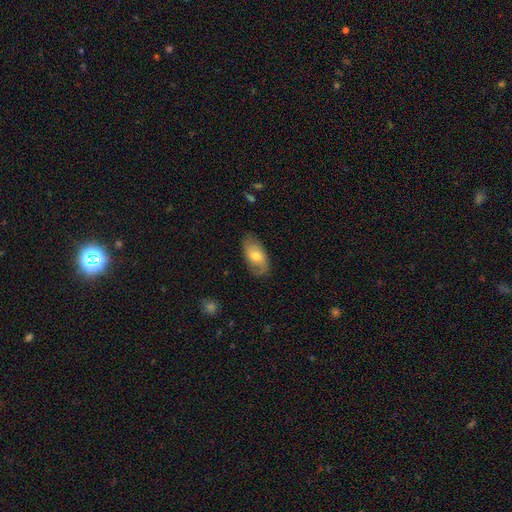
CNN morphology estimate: smooth_or_featured: smooth (p=0.64) [alt: featured or disk p=0.30]
how_rounded: in between (p=0.93) [alt: round p=0.04]
merging: none (p=0.75) [alt: minor disturbance p=0.19]